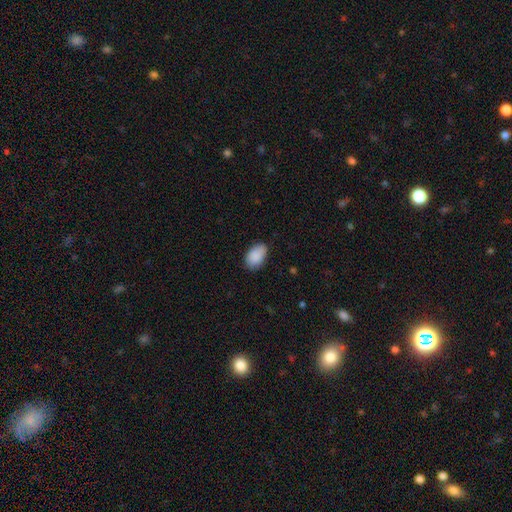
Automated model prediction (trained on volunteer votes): A smooth galaxy with no disk features (89%) that is in between round and cigar-shaped (91%). Merging: none (79%).